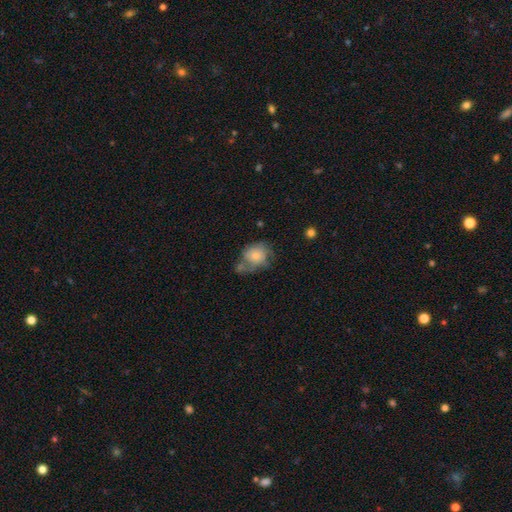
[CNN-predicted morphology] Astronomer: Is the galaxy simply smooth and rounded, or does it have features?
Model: smooth — 65%.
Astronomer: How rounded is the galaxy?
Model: round — 51% (runner-up: in between, 48%).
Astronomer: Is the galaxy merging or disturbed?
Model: none — 33% (runner-up: minor disturbance, 29%).